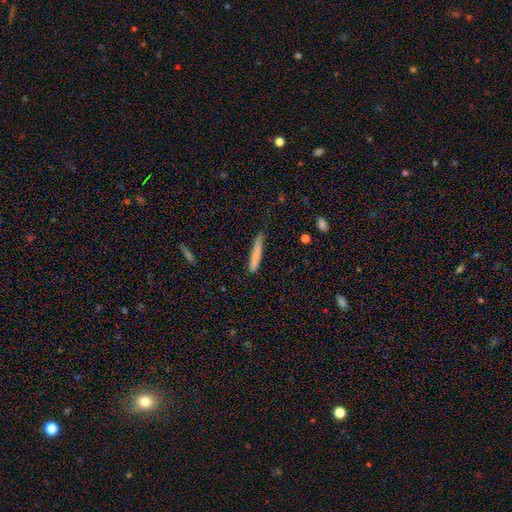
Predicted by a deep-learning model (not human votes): smooth_or_featured: smooth (p=0.77) [alt: featured or disk p=0.16]
how_rounded: cigar-shaped (p=0.93) [alt: in between p=0.05]
merging: none (p=0.73) [alt: minor disturbance p=0.22]